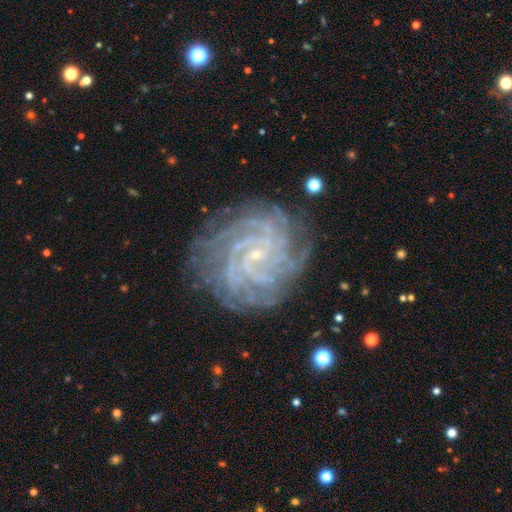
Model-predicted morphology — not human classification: Smooth or featured? featured or disk (90%)
Edge-on disk? no (98%)
Bar? no (54%)
Spiral arms? yes (99%)
Spiral winding? tight (81%)
Spiral arm count? more than 4 (29%)
Bulge size? small (88%)
Merging? none (82%)